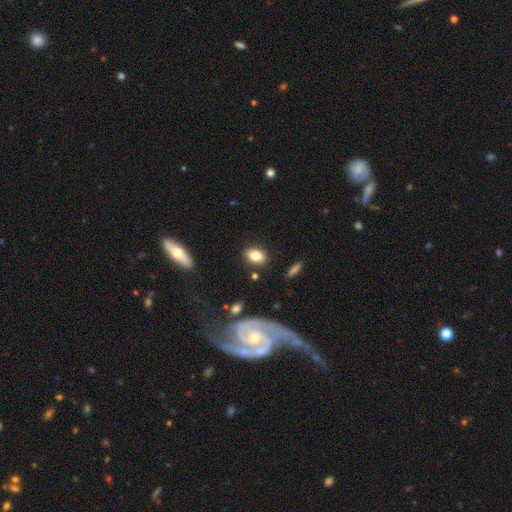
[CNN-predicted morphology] smooth-or-featured: smooth: 83% | featured or disk: 9% | star or artifact: 9%
  how-rounded: in between: 80% | round: 18% | cigar-shaped: 2%
  merging: none: 84% | minor disturbance: 11% | major disturbance: 3% | merger: 2%